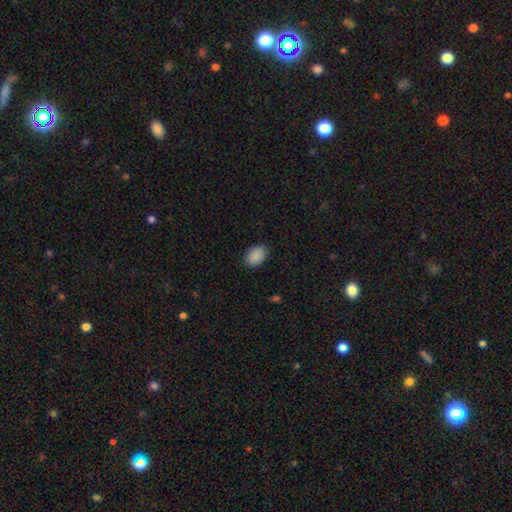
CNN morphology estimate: Smooth or featured? smooth (89%)
How rounded? in between (82%)
Merging? none (82%)